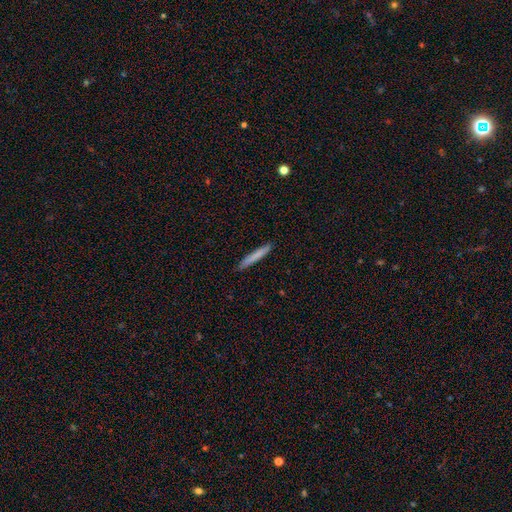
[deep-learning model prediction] smooth-or-featured: smooth: 76% | featured or disk: 18% | star or artifact: 6%
  how-rounded: cigar-shaped: 96% | in between: 3% | round: 1%
  merging: none: 90% | minor disturbance: 7% | major disturbance: 1% | merger: 1%